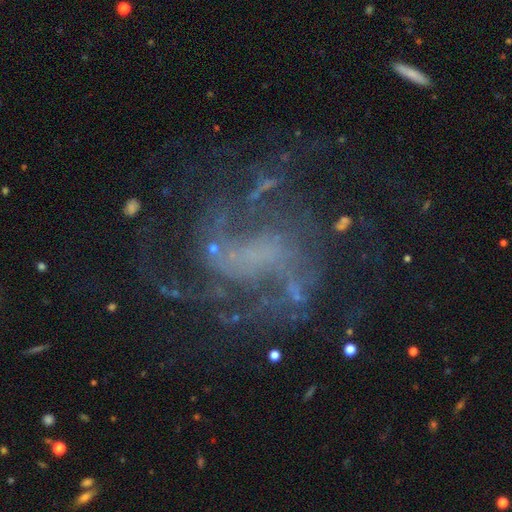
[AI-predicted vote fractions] A featured or disk galaxy (84%) with no bar (42%), 2 (27%) medium (49%) spiral arms (93%) and no central bulge (61%). Merging: none (62%).